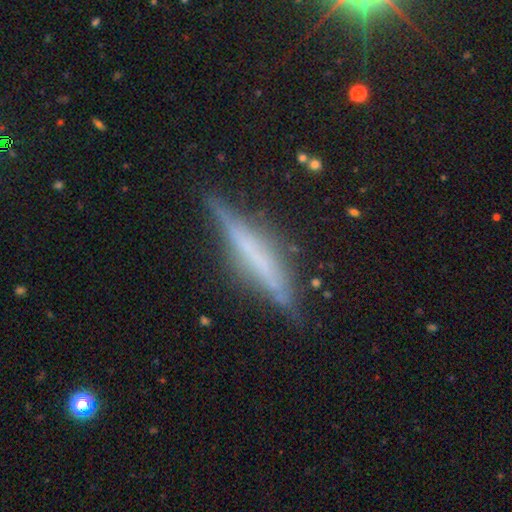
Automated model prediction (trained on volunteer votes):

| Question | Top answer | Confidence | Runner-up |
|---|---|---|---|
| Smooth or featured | featured or disk | 64% | smooth (26%) |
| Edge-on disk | yes | 94% | no (6%) |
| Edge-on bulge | none | 59% | boxy (22%) |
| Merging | none | 78% | minor disturbance (16%) |